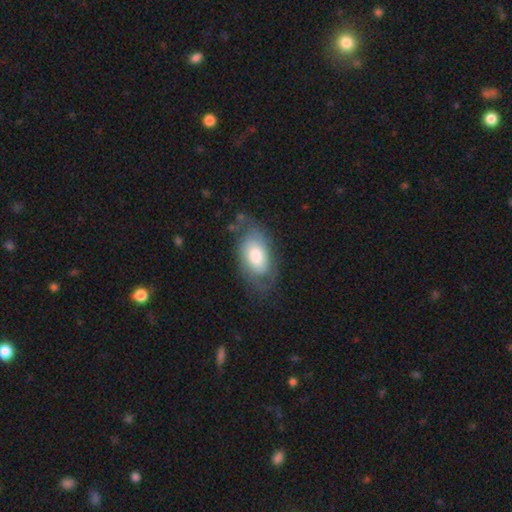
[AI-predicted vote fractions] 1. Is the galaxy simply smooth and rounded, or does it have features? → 54% featured or disk, 40% smooth, 6% star or artifact.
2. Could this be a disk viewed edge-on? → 93% no, 7% yes.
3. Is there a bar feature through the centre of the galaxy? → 75% no, 20% weak, 5% strong.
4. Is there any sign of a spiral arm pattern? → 76% yes, 24% no.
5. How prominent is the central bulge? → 51% moderate, 32% large, 11% small, 4% dominant, 2% none.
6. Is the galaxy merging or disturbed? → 64% none, 23% minor disturbance, 12% major disturbance, 2% merger.